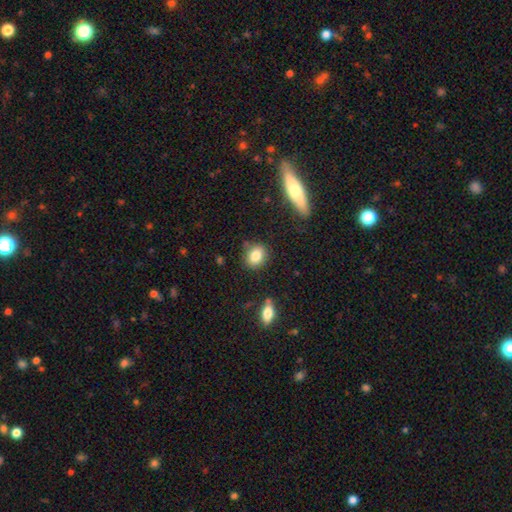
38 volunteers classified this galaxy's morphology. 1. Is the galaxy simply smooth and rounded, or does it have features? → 87% smooth, 8% star or artifact, 5% featured or disk.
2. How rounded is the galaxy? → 64% round, 33% in between, 3% cigar-shaped.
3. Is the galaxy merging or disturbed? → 94% none, 3% major disturbance, 3% merger, 0% minor disturbance.